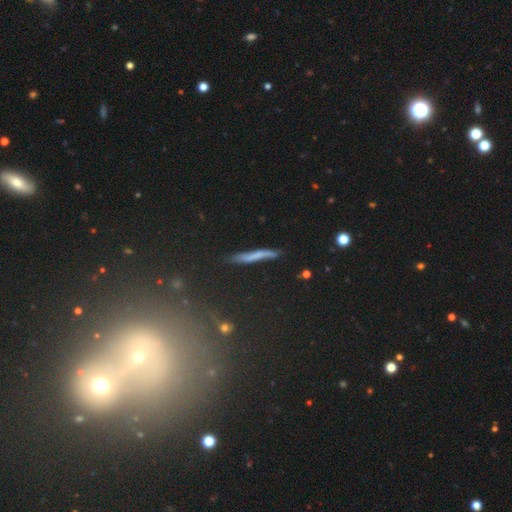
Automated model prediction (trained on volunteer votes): Smooth or featured: smooth — 53% (featured or disk — 37%)
How rounded: cigar-shaped — 94% (in between — 4%)
Merging: none — 73% (minor disturbance — 19%)